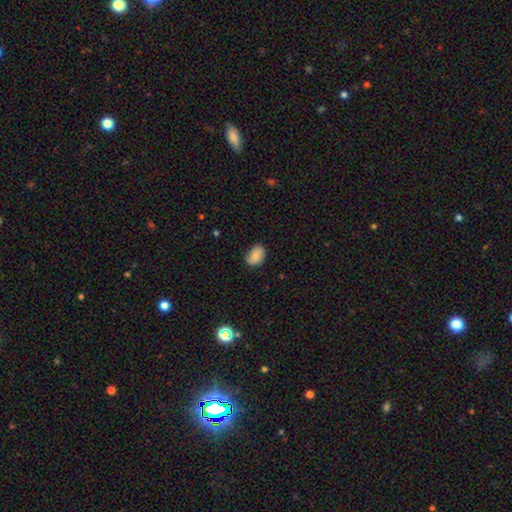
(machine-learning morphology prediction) type=smooth (68%); roundness=in between (73%); merging=none (60%).